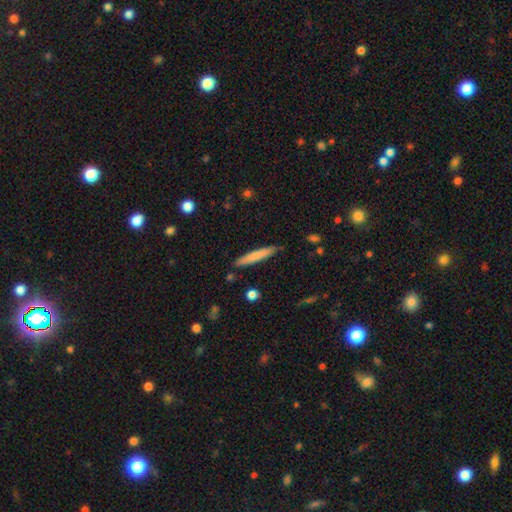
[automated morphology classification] smooth 73%, featured or disk 21%, star or artifact 6%. Down the decision tree: how rounded — cigar-shaped (94%); merging — none (88%).